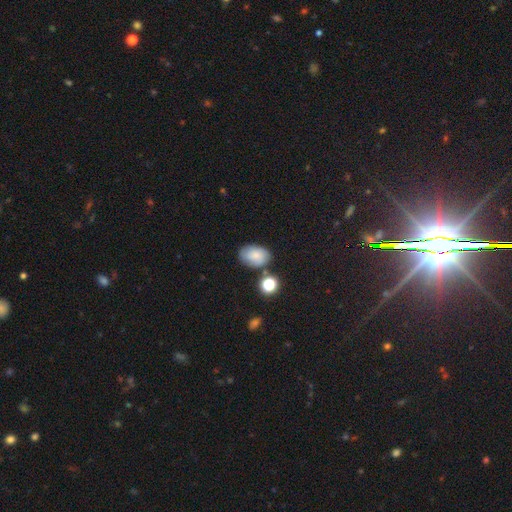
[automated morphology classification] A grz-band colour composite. It shows a smooth galaxy with no disk features (72%) that is in between round and cigar-shaped (83%). Merging: none (70%).